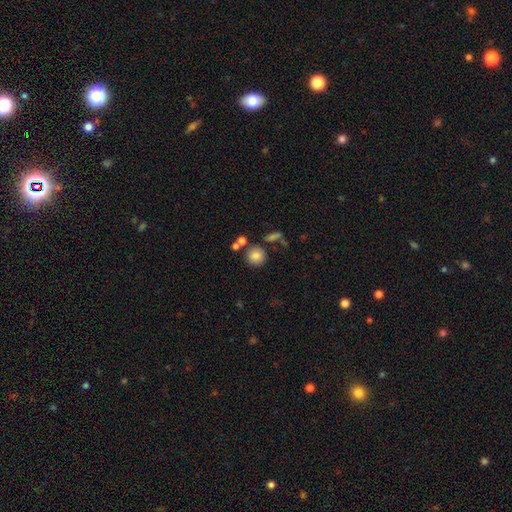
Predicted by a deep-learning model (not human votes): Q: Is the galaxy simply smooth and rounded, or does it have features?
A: smooth — 81%.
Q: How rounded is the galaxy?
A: round — 90%.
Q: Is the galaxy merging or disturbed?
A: none — 74%.